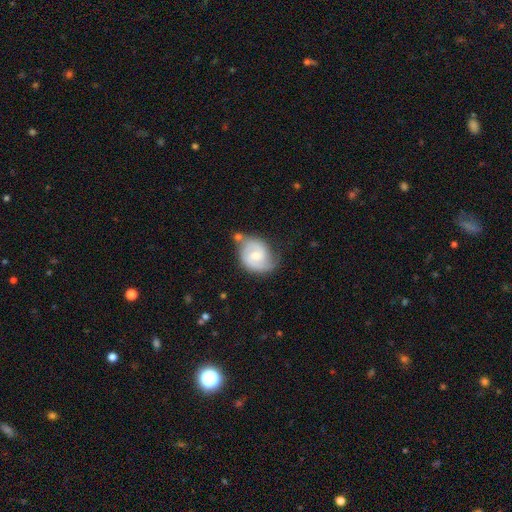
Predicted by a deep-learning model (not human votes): Smooth or featured? featured or disk (73%)
Edge-on disk? no (98%)
Bar? weak (46%, tied with no)
Spiral arms? yes (93%)
Spiral winding? medium (47%)
Spiral arm count? 2 (82%)
Bulge size? moderate (53%)
Merging? none (57%)